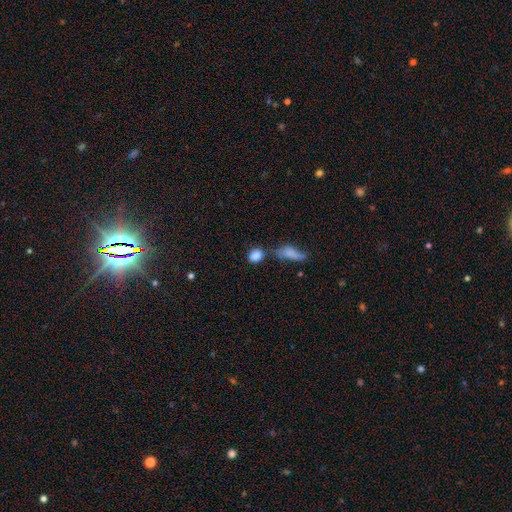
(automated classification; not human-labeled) Morphology: type=smooth (84%); roundness=in between (55%); merging=none (53%).